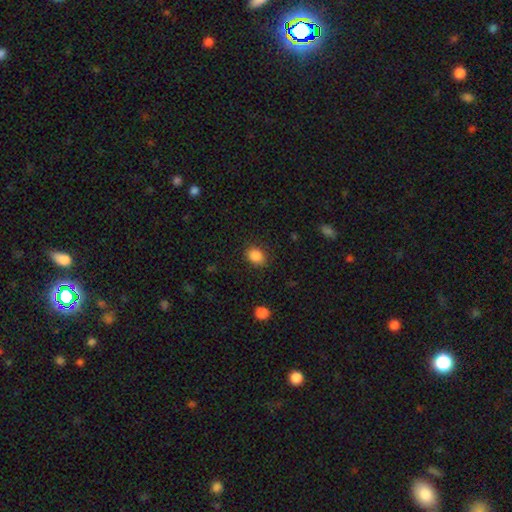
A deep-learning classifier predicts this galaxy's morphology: type=smooth (87%); roundness=in between (60%); merging=none (83%).